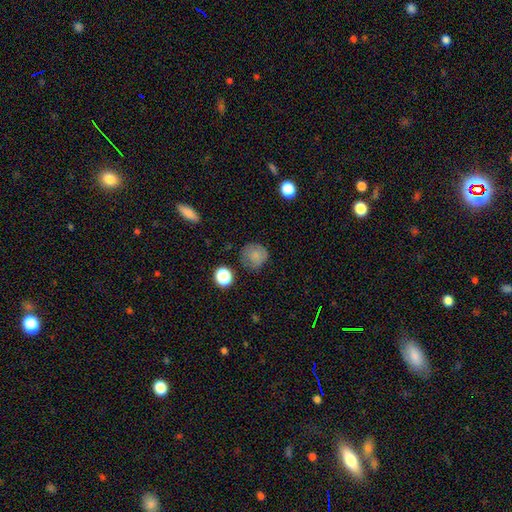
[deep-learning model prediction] Smooth or featured? smooth (76%)
How rounded? round (90%)
Merging? none (73%)